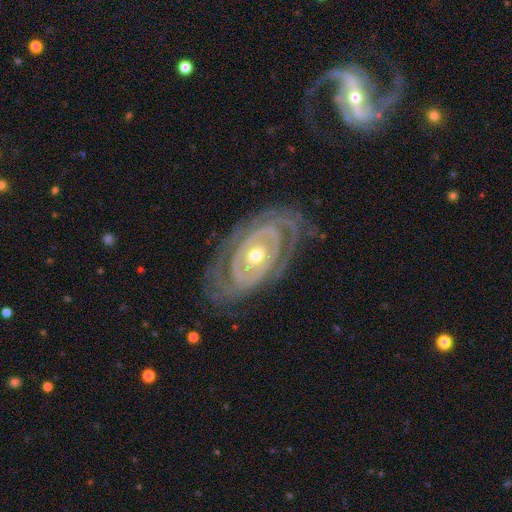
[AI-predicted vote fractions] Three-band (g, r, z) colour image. It shows a featured or disk galaxy (88%) with no bar (75%), 2 (32%) tight (79%) spiral arms (87%) and a moderate central bulge (61%). Merging: none (75%).